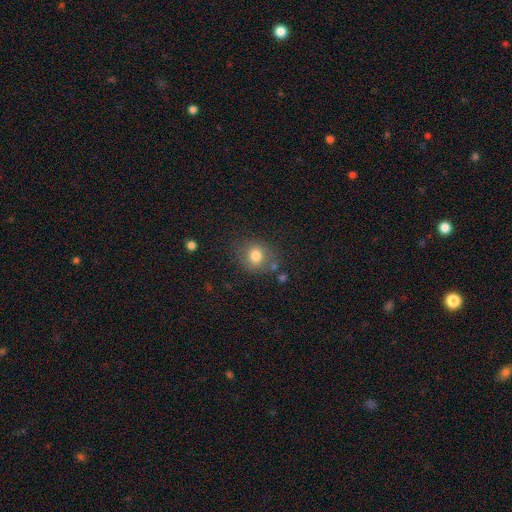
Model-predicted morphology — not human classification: smooth-or-featured: smooth: 78% | star or artifact: 11% | featured or disk: 11%
  how-rounded: round: 69% | in between: 30% | cigar-shaped: 1%
  merging: none: 73% | minor disturbance: 16% | major disturbance: 6% | merger: 5%